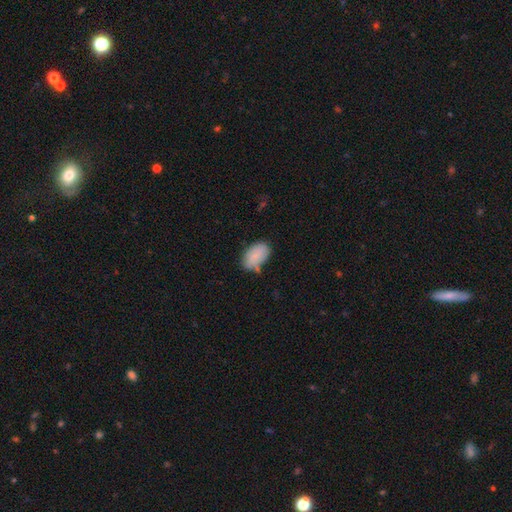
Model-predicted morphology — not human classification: Smooth or featured: smooth — 83% (featured or disk — 10%)
How rounded: in between — 93% (round — 5%)
Merging: none — 63% (minor disturbance — 25%)